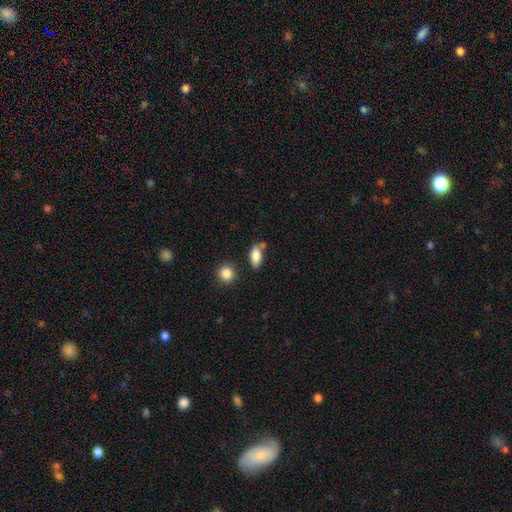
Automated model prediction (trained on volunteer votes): Morphology: type=smooth (84%); roundness=in between (84%); merging=none (63%).